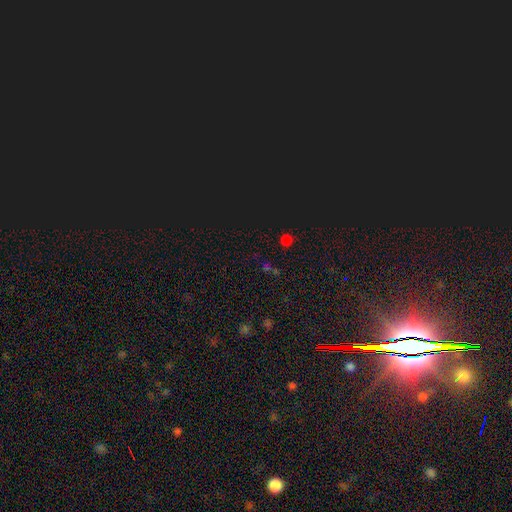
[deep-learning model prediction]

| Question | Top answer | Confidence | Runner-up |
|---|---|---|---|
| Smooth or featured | star or artifact | 62% | smooth (31%) |